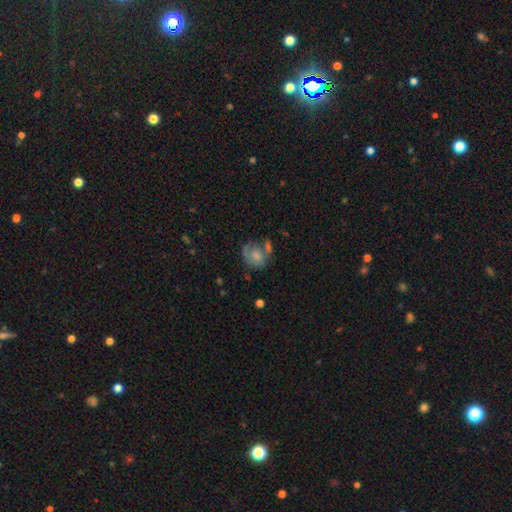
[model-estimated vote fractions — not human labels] smooth 57%, featured or disk 34%, star or artifact 9%. Down the decision tree: how rounded — round (51%); merging — none (36%).